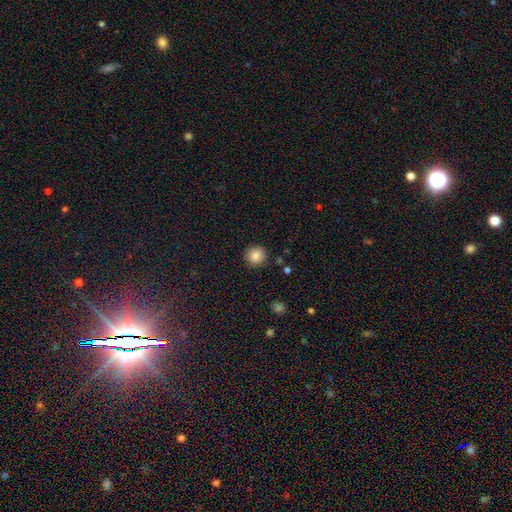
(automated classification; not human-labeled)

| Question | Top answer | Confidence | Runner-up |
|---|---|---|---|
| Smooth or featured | smooth | 86% | star or artifact (10%) |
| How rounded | round | 94% | in between (5%) |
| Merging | none | 91% | minor disturbance (6%) |